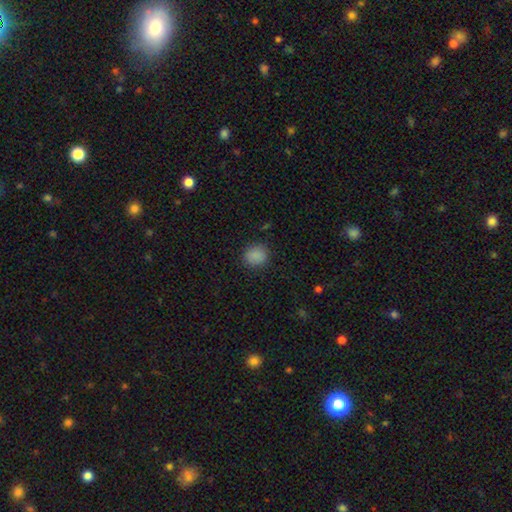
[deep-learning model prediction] A smooth galaxy with no disk features (86%) that is round (81%).

Vote fractions:
- Smooth or featured? smooth: 86% / star or artifact: 11% / featured or disk: 3%
- How rounded? round: 81% / in between: 18% / cigar-shaped: 1%
- Merging? none: 87% / minor disturbance: 9% / major disturbance: 3% / merger: 1%